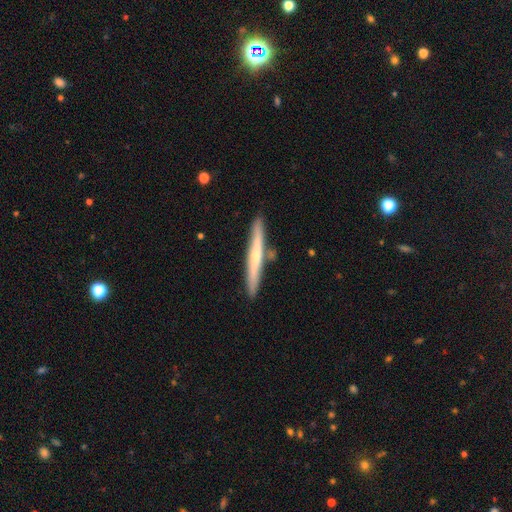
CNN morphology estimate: Overall: featured or disk (54%; smooth 40%). Edge-on disk: yes (95%). Edge-on bulge: rounded (59%; none 37%). Merging: none (84%).